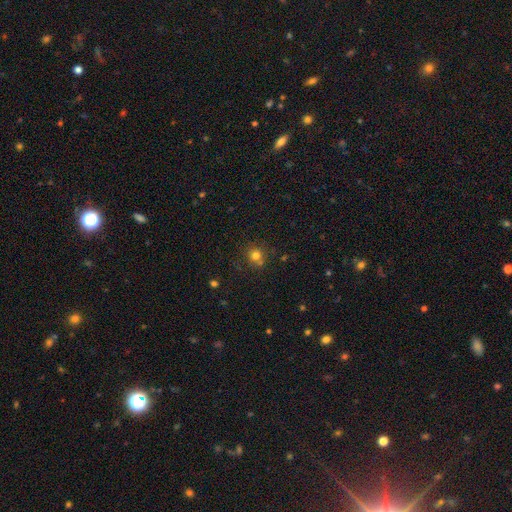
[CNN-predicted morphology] Smooth or featured? Predicted: smooth (p=0.76). How rounded? Predicted: round (p=0.89). Merging? Predicted: none (p=0.70).